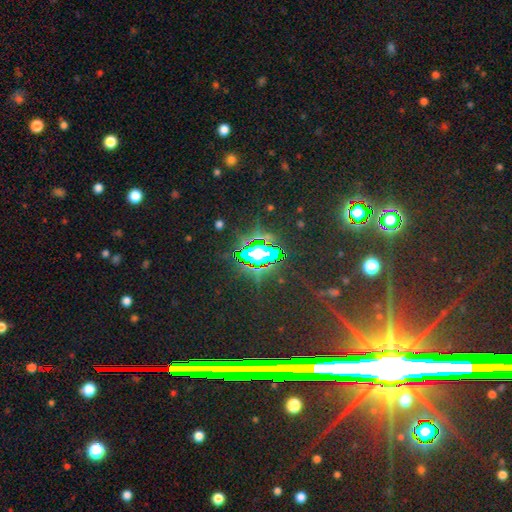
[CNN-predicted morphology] Smooth or featured? star or artifact (83%)